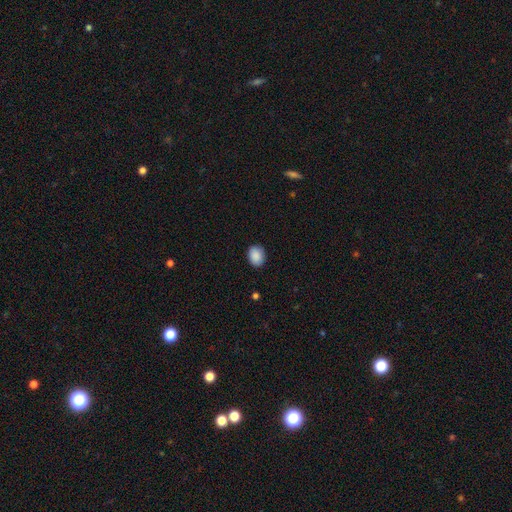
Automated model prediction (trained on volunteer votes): Morphology: type=smooth (90%); roundness=in between (64%); merging=none (87%).